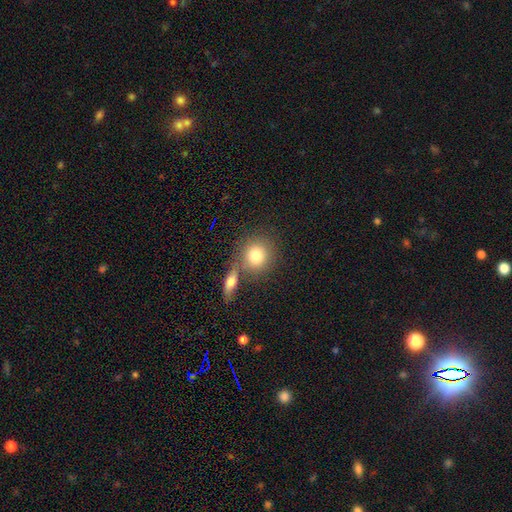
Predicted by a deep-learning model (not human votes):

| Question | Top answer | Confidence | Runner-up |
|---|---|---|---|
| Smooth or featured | smooth | 79% | featured or disk (12%) |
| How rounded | round | 81% | in between (17%) |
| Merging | none | 61% | merger (27%) |